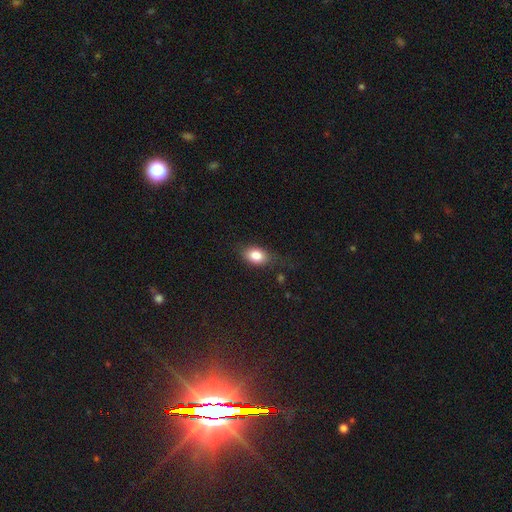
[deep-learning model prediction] smooth-or-featured: smooth: 83% | featured or disk: 9% | star or artifact: 8%
  how-rounded: in between: 78% | round: 19% | cigar-shaped: 3%
  merging: none: 69% | minor disturbance: 21% | major disturbance: 9% | merger: 2%